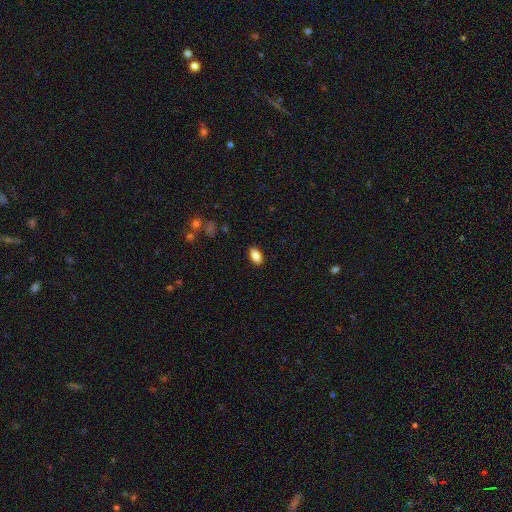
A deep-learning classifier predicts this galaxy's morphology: smooth 86%, star or artifact 8%, featured or disk 6%. Down the decision tree: how rounded — in between (91%); merging — none (89%).